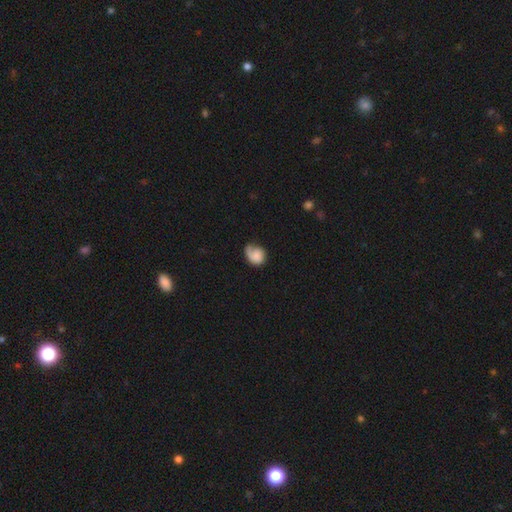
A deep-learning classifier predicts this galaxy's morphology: type=smooth (57%); roundness=round (56%); merging=none (43%).